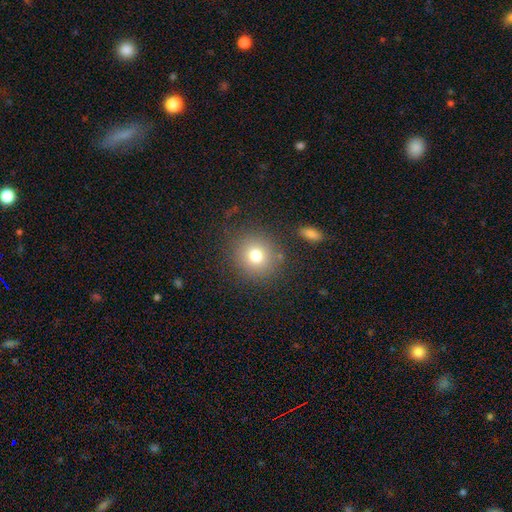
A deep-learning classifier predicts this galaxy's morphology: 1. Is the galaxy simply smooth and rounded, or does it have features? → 76% smooth, 13% star or artifact, 11% featured or disk.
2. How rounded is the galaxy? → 89% round, 10% in between, 1% cigar-shaped.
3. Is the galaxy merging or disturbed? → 84% none, 9% minor disturbance, 4% major disturbance, 3% merger.